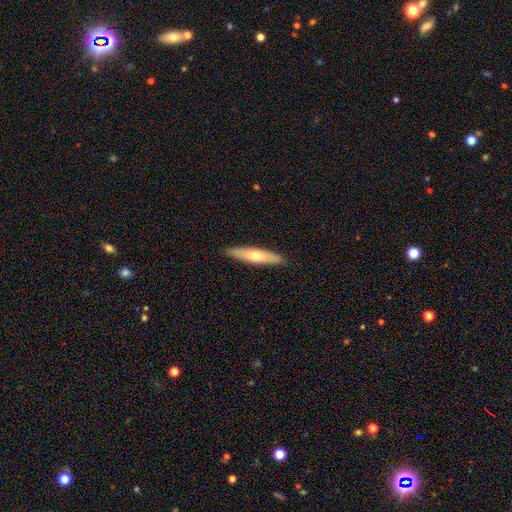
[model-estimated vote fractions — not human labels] smooth-or-featured: smooth: 51% | featured or disk: 44% | star or artifact: 5%
  how-rounded: cigar-shaped: 83% | in between: 16% | round: 2%
  merging: none: 90% | minor disturbance: 7% | major disturbance: 1% | merger: 1%